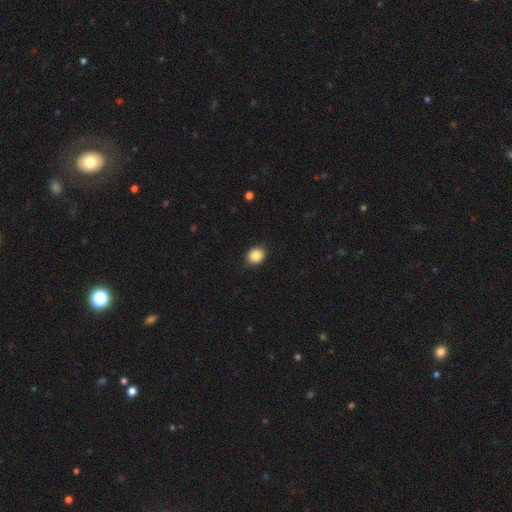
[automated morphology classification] smooth-or-featured: smooth: 85% | star or artifact: 9% | featured or disk: 6%
  how-rounded: round: 62% | in between: 38% | cigar-shaped: 1%
  merging: none: 88% | minor disturbance: 9% | major disturbance: 2% | merger: 1%